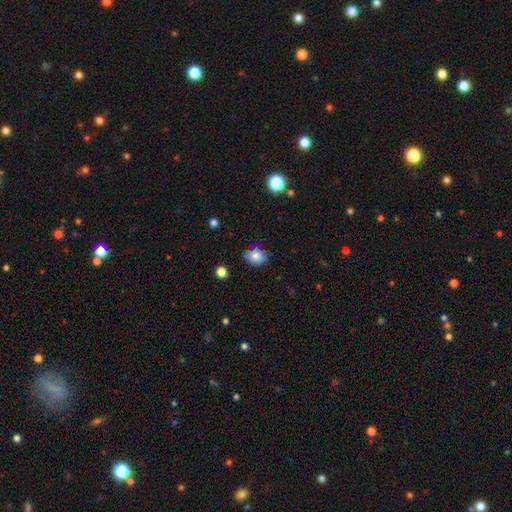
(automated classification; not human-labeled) Smooth or featured: smooth — 79% (featured or disk — 11%)
How rounded: in between — 60% (round — 39%)
Merging: none — 72% (minor disturbance — 23%)